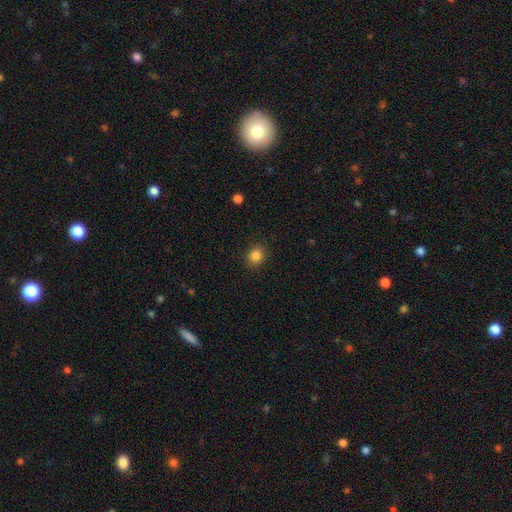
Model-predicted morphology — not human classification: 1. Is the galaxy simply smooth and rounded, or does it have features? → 85% smooth, 11% star or artifact, 4% featured or disk.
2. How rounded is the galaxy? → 76% round, 23% in between, 1% cigar-shaped.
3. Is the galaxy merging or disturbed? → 90% none, 7% minor disturbance, 2% major disturbance, 1% merger.